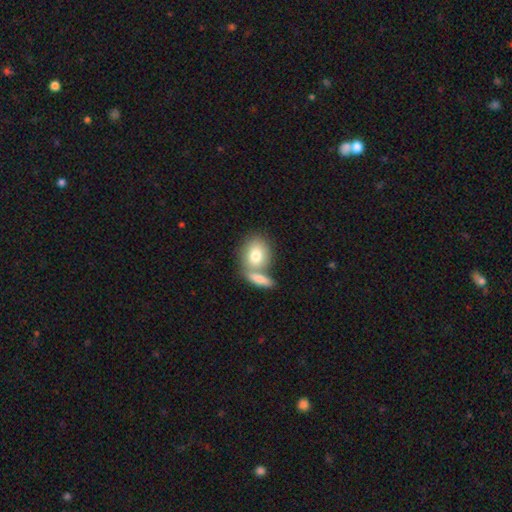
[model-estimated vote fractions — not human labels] A smooth galaxy with no disk features (77%) that is in between round and cigar-shaped (59%).

Vote fractions:
- Smooth or featured? smooth: 77% / featured or disk: 16% / star or artifact: 6%
- How rounded? in between: 59% / round: 39% / cigar-shaped: 3%
- Merging? merger: 45% / none: 43% / minor disturbance: 9% / major disturbance: 3%